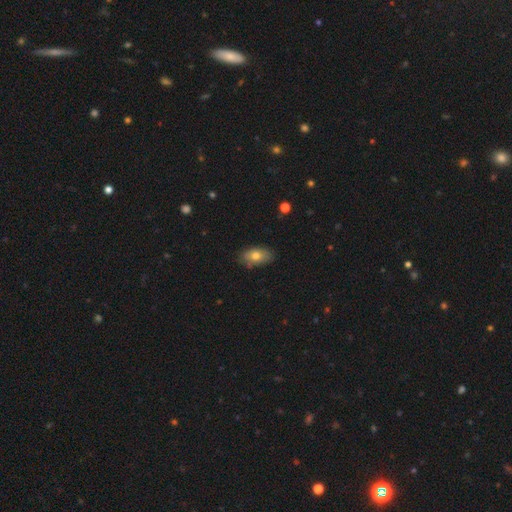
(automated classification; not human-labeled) smooth-or-featured: smooth: 76% | featured or disk: 17% | star or artifact: 7%
  how-rounded: in between: 91% | round: 6% | cigar-shaped: 3%
  merging: none: 81% | minor disturbance: 15% | major disturbance: 3% | merger: 1%